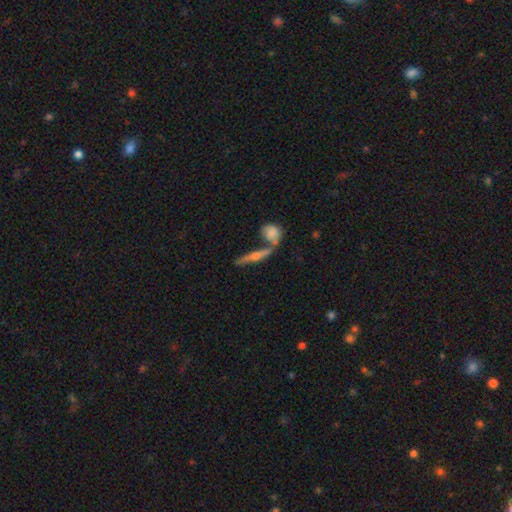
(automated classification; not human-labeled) This appears to be a featured or disk galaxy (63%) viewed edge-on (91%) with a rounded central bulge (88%). Merging: none (62%).